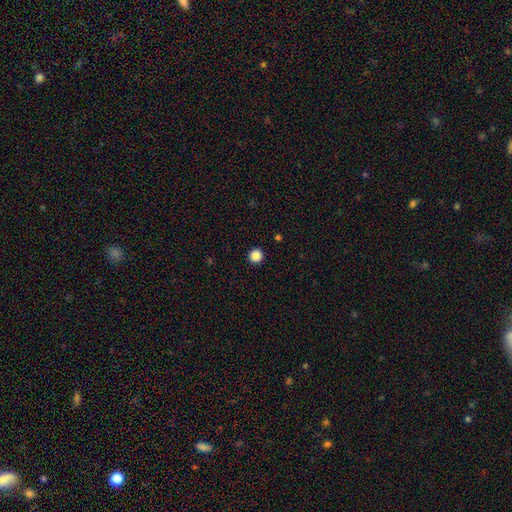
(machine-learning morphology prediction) Overall: smooth (87%). How rounded: round (95%). Merging: none (94%).